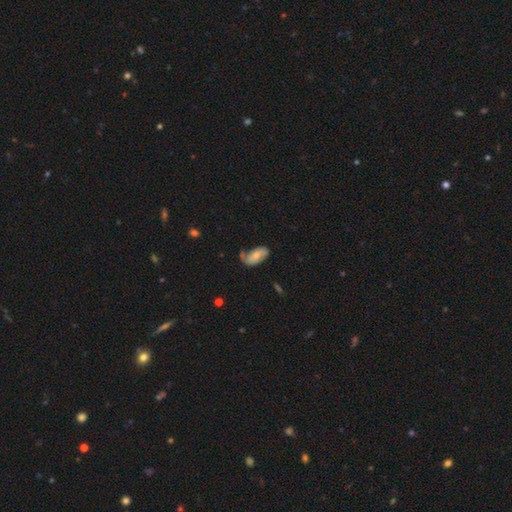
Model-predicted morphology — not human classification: smooth 59%, featured or disk 34%, star or artifact 7%. Down the decision tree: how rounded — in between (92%); merging — none (51%).